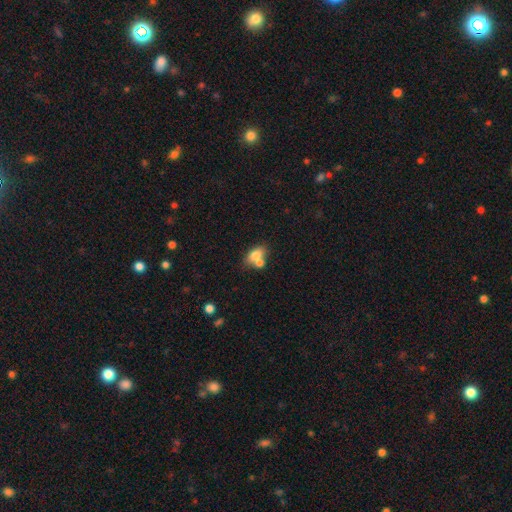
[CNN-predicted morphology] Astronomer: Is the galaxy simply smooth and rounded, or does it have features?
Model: smooth — 76%.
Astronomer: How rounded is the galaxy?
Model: in between — 83%.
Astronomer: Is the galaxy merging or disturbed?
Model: none — 43% (runner-up: merger, 41%).